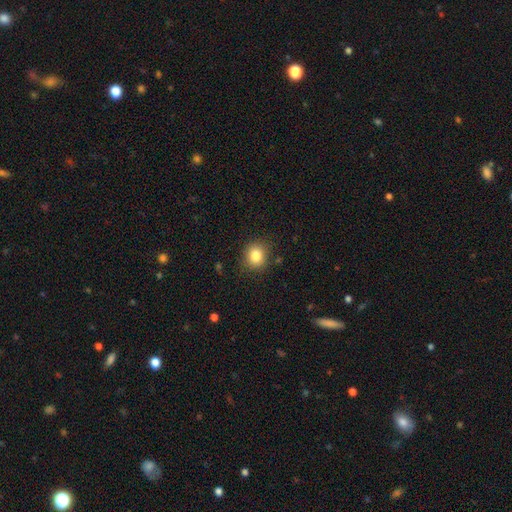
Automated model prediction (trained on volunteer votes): The model was most divided on "how rounded": round: 77%, in between: 22%, cigar-shaped: 1%. More confident: merging — none (85%); smooth or featured — smooth (83%).